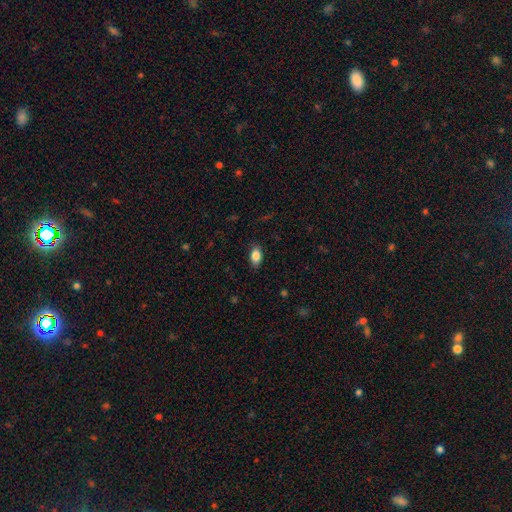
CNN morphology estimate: A smooth galaxy with no disk features (86%) that is in between round and cigar-shaped (89%). Merging: none (85%).